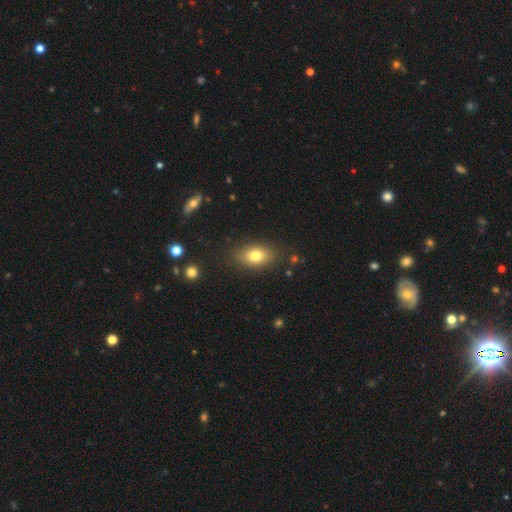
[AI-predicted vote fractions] Smooth or featured?
  - smooth: 77% *
  - featured or disk: 13%
  - star or artifact: 10%
How rounded?
  - in between: 83% *
  - round: 14%
  - cigar-shaped: 3%
Merging?
  - none: 83% *
  - minor disturbance: 11%
  - major disturbance: 4%
  - merger: 2%